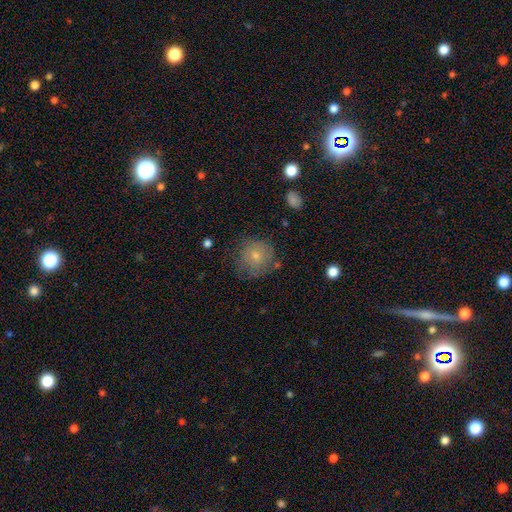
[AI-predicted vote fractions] Overall: smooth (72%). How rounded: round (90%). Merging: none (68%).